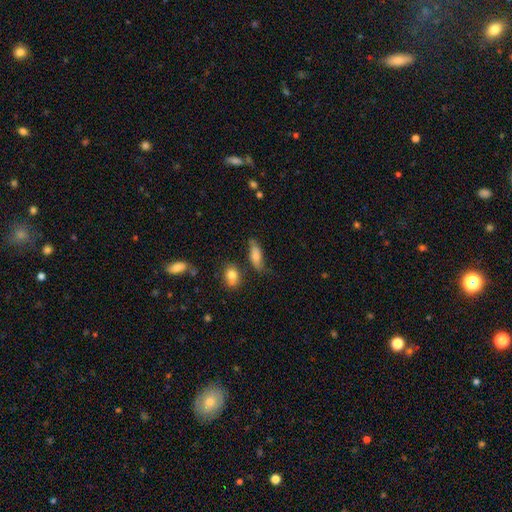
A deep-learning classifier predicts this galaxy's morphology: This appears to be a smooth galaxy with no disk features (70%) that is in between round and cigar-shaped (69%). Merging: none (62%).